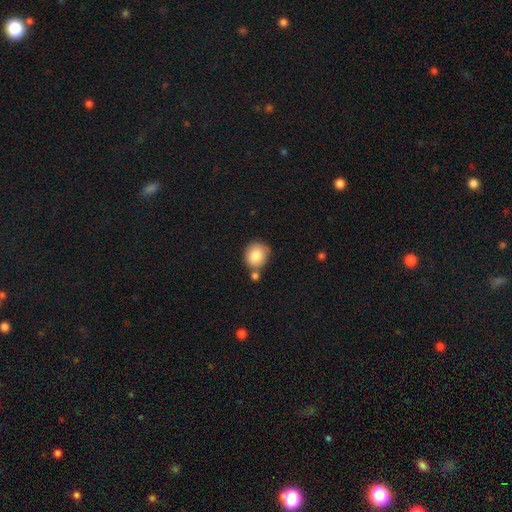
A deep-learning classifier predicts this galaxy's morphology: smooth_or_featured: smooth (p=0.84) [alt: featured or disk p=0.08]
how_rounded: round (p=0.76) [alt: in between p=0.24]
merging: none (p=0.63) [alt: merger p=0.18]